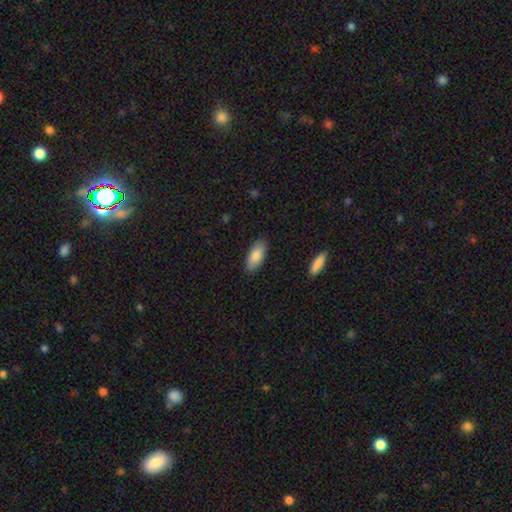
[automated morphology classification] Overall: smooth (85%). How rounded: in between (86%). Merging: none (87%).